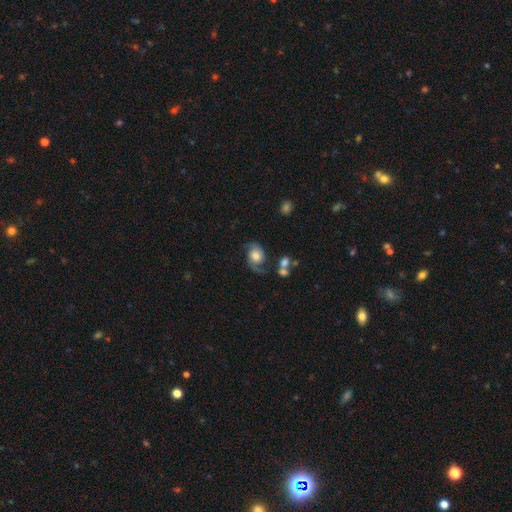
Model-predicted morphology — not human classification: featured or disk 70%, smooth 22%, star or artifact 8%. Down the decision tree: edge-on disk — no (97%); bar — no (73%); spiral arms — yes (93%); spiral arm count — 2 (89%); spiral winding — loose (46%); bulge size — moderate (43%); merging — none (60%).